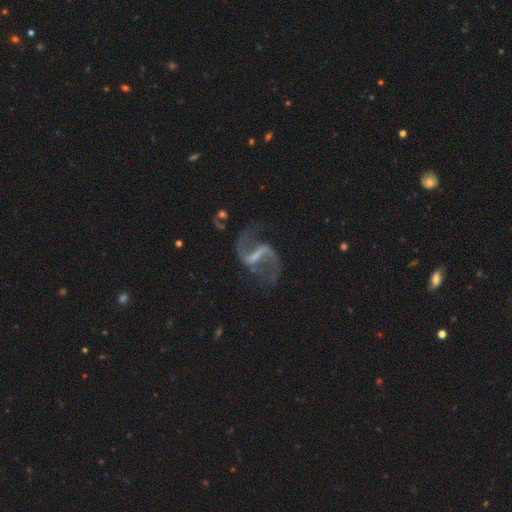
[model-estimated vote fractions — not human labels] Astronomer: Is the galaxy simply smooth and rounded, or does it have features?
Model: featured or disk — 91%.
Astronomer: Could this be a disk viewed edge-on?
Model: no — 97%.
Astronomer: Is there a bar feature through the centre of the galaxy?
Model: strong — 49% (runner-up: weak, 42%).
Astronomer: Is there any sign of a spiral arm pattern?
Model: yes — 97%.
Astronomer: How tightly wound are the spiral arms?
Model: loose — 69%.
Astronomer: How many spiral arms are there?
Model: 2 — 94%.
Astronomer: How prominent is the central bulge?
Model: small — 46% (runner-up: none, 37%).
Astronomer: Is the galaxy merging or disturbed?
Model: none — 75%.